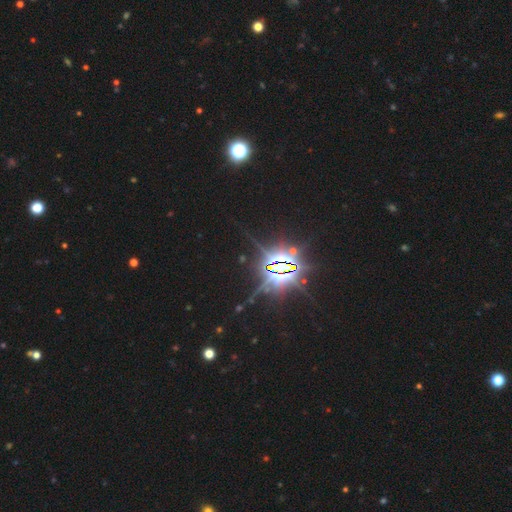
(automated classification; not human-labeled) Smooth or featured? Predicted: star or artifact (p=0.87).